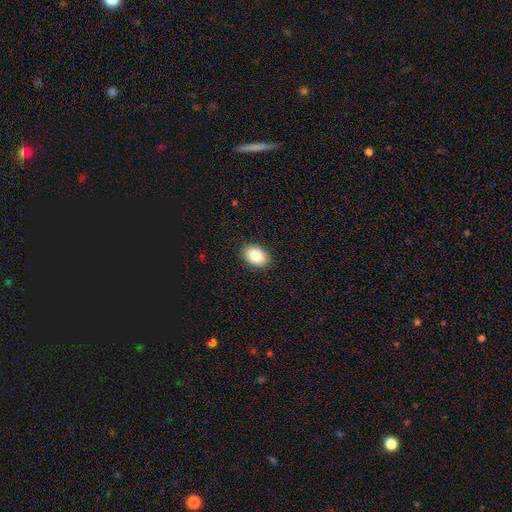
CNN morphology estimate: Overall: smooth (84%). How rounded: in between (81%). Merging: none (90%).